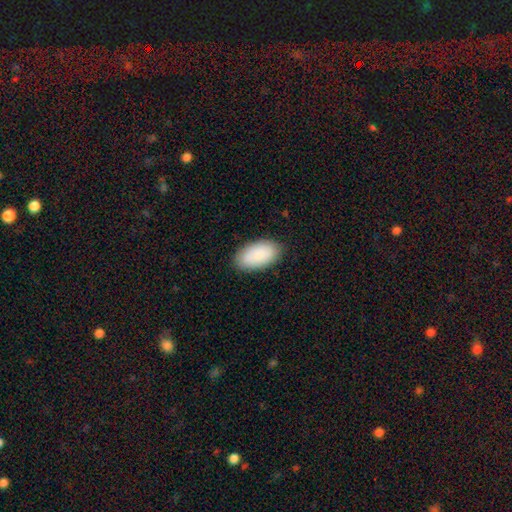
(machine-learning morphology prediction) Smooth or featured? smooth (88%)
How rounded? in between (96%)
Merging? none (85%)